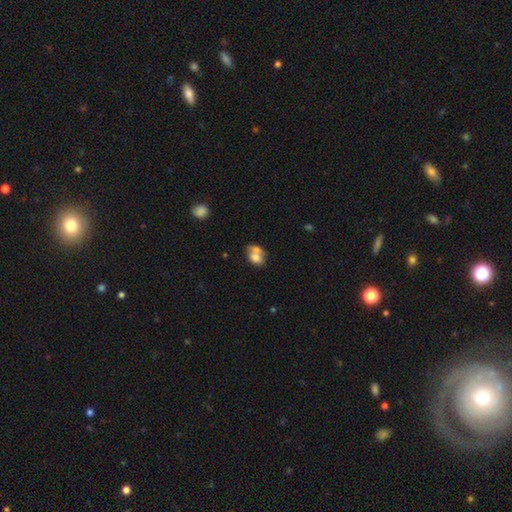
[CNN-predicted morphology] Smooth or featured? Predicted: smooth (p=0.69). How rounded? Predicted: in between (p=0.69). Merging? Predicted: merger (p=0.56).